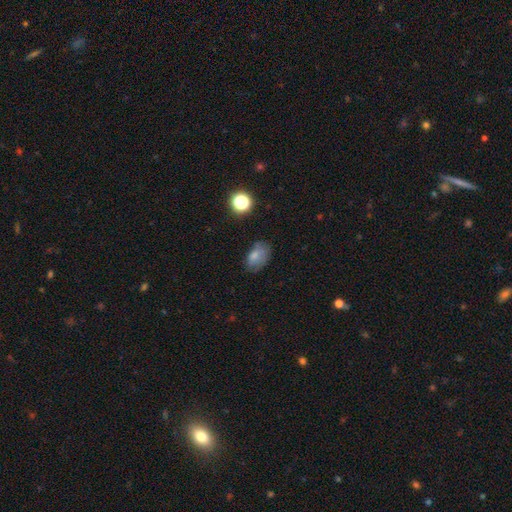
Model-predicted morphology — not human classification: A smooth galaxy with no disk features (73%) that is in between round and cigar-shaped (85%). Merging: none (59%).